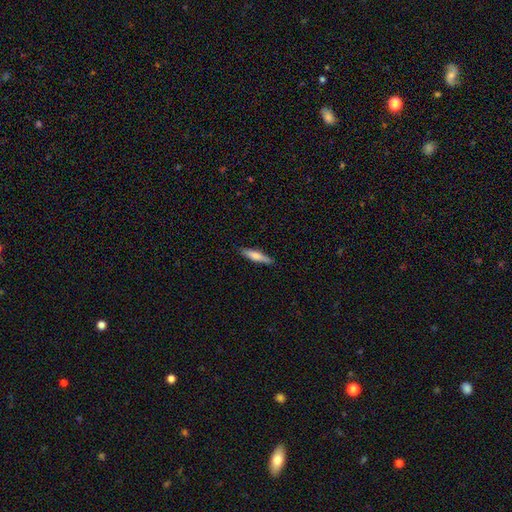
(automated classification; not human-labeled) A smooth galaxy with no disk features (68%) that is cigar-shaped (81%).

Vote fractions:
- Smooth or featured? smooth: 68% / featured or disk: 27% / star or artifact: 6%
- How rounded? cigar-shaped: 81% / in between: 18% / round: 2%
- Merging? none: 88% / minor disturbance: 9% / major disturbance: 2% / merger: 1%